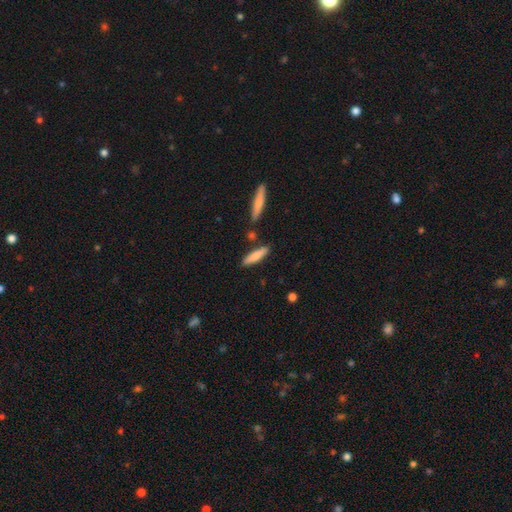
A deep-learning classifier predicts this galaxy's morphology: type=smooth (76%); roundness=cigar-shaped (81%); merging=none (82%).